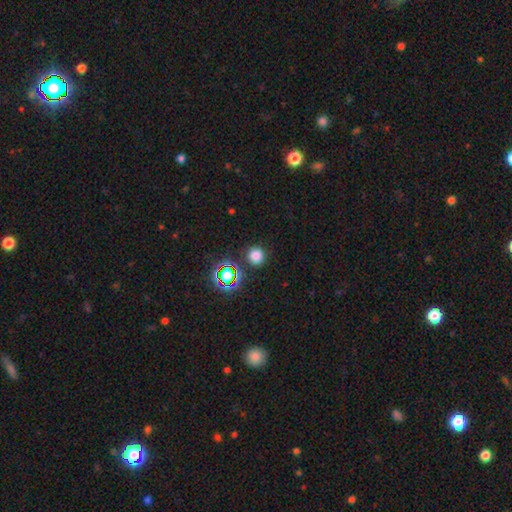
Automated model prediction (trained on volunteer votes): This is likely a smooth galaxy (74%). How rounded: clearly round (93%). Merging: clearly none (87%).